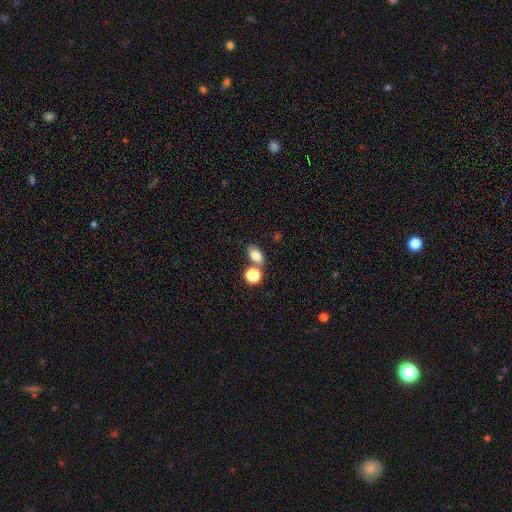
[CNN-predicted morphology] type=smooth (81%); roundness=in between (78%); merging=none (61%).